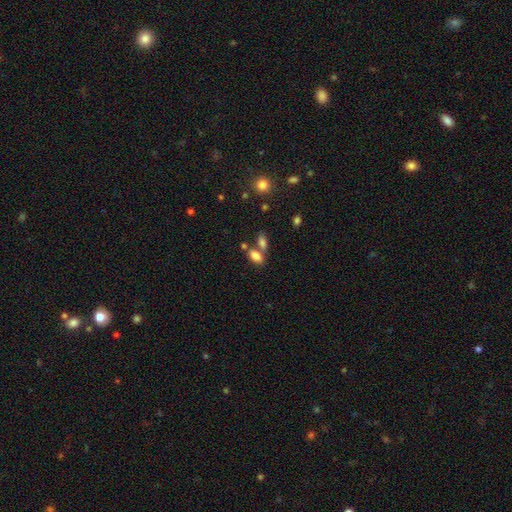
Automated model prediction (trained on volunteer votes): This is clearly a smooth galaxy (81%). How rounded: clearly in between (89%). Merging: possibly none (50%).